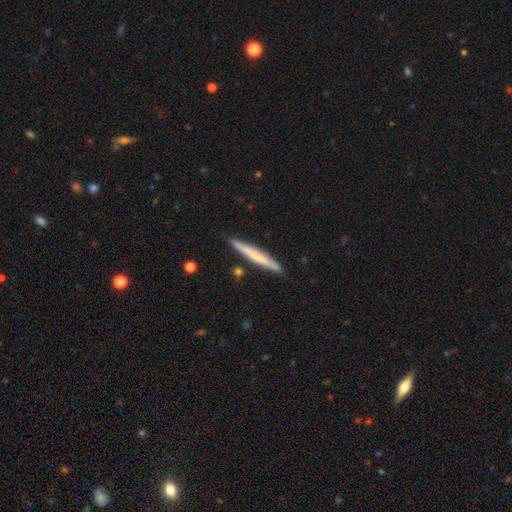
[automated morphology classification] Smooth or featured: smooth — 56% (featured or disk — 38%)
How rounded: cigar-shaped — 97% (in between — 2%)
Merging: none — 87% (minor disturbance — 9%)